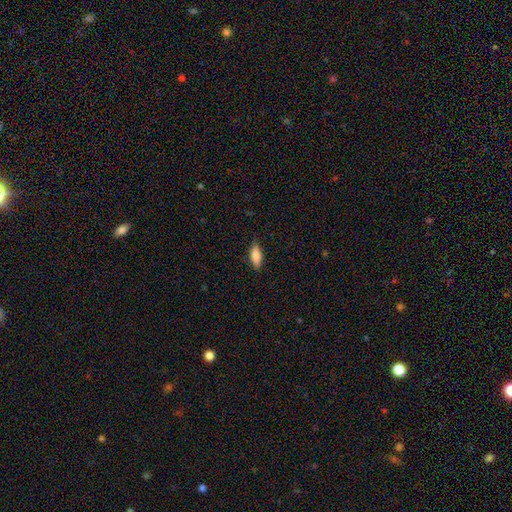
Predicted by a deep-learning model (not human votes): Overall: smooth (83%). How rounded: in between (75%). Merging: none (83%).